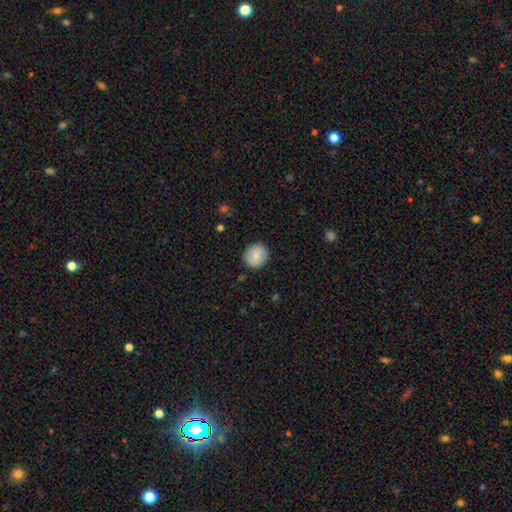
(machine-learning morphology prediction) smooth-or-featured: smooth: 81% | featured or disk: 12% | star or artifact: 7%
  how-rounded: round: 86% | in between: 13% | cigar-shaped: 1%
  merging: none: 88% | minor disturbance: 9% | major disturbance: 2% | merger: 1%